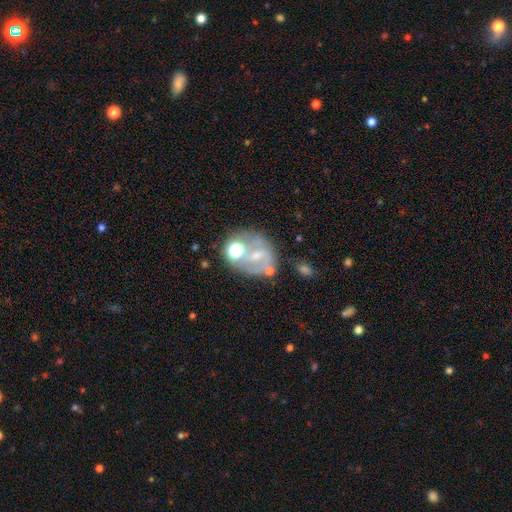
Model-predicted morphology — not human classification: Smooth or featured? Predicted: featured or disk (p=0.57). Edge-on disk? Predicted: no (p=0.97). Bar? Predicted: weak (p=0.41). Spiral arms? Predicted: yes (p=0.53). Bulge size? Predicted: small (p=0.47). Merging? Predicted: none (p=0.49).